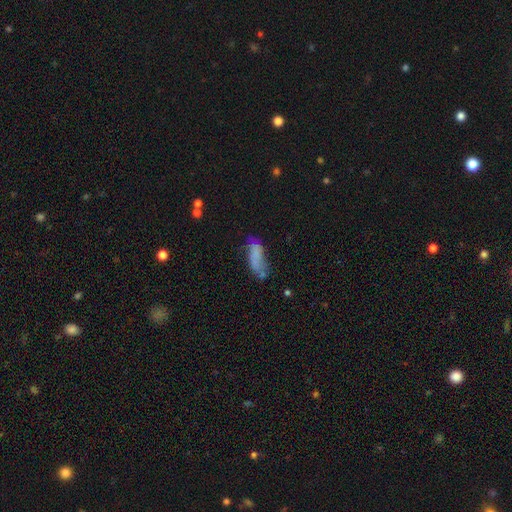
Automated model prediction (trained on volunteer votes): smooth-or-featured: smooth: 63% | featured or disk: 25% | star or artifact: 12%
  how-rounded: in between: 66% | cigar-shaped: 31% | round: 3%
  merging: none: 43% | minor disturbance: 29% | major disturbance: 18% | merger: 9%